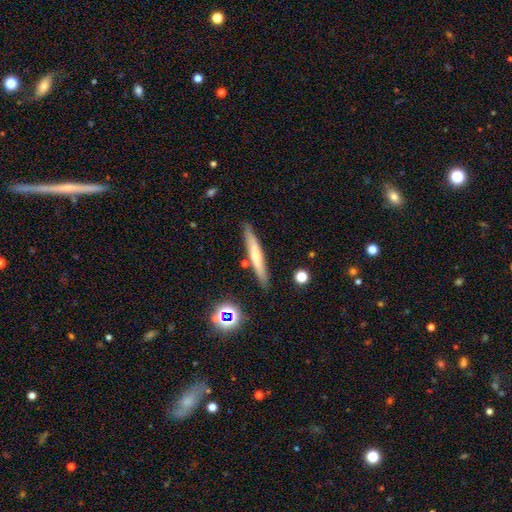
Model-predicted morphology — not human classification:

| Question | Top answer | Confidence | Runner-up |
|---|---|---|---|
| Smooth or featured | smooth | 55% | featured or disk (37%) |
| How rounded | cigar-shaped | 93% | in between (5%) |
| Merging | none | 85% | minor disturbance (10%) |